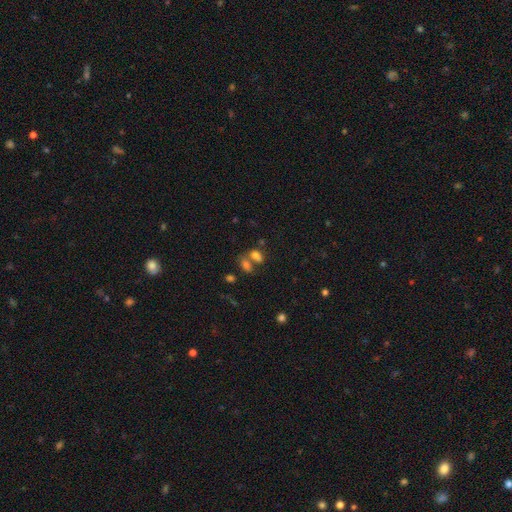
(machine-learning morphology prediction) type=smooth (71%); roundness=in between (78%); merging=merger (53%).